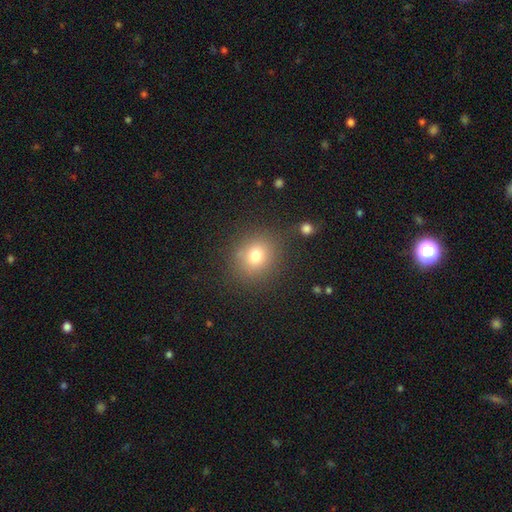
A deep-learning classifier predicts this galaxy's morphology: smooth-or-featured: smooth: 77% | star or artifact: 14% | featured or disk: 9%
  how-rounded: round: 75% | in between: 24% | cigar-shaped: 1%
  merging: none: 81% | minor disturbance: 11% | major disturbance: 4% | merger: 4%